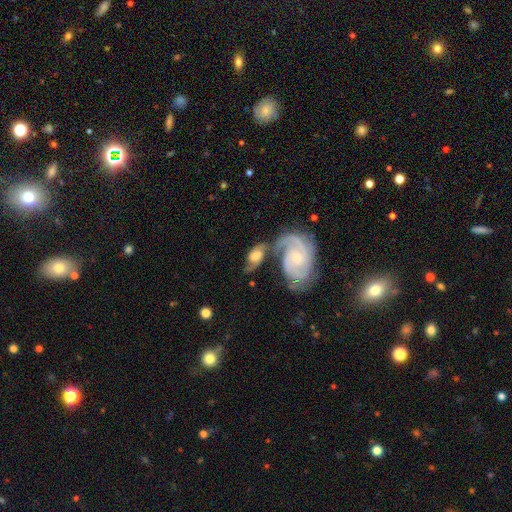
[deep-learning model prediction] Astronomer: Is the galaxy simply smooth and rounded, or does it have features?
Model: featured or disk — 74%.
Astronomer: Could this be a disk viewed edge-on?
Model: no — 95%.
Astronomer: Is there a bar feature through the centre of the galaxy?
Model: no — 60%.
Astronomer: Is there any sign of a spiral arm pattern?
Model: yes — 92%.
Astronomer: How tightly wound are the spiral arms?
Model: medium — 45% (runner-up: loose, 30%).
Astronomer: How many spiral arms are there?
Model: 2 — 84%.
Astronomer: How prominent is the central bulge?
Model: small — 45% (runner-up: moderate, 34%).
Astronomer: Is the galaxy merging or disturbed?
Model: merger — 56%.